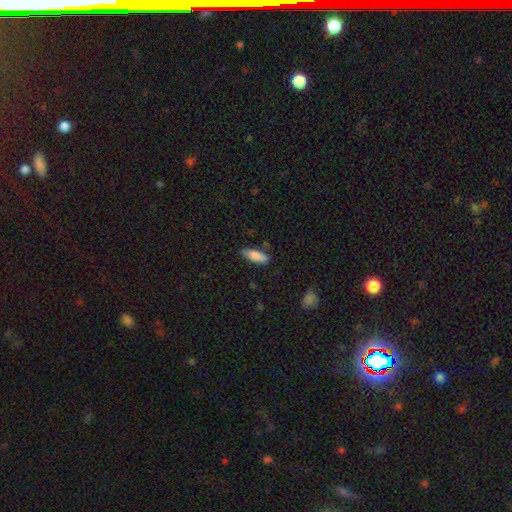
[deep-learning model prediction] Smooth or featured? Predicted: smooth (p=0.83). How rounded? Predicted: in between (p=0.54). Merging? Predicted: none (p=0.78).